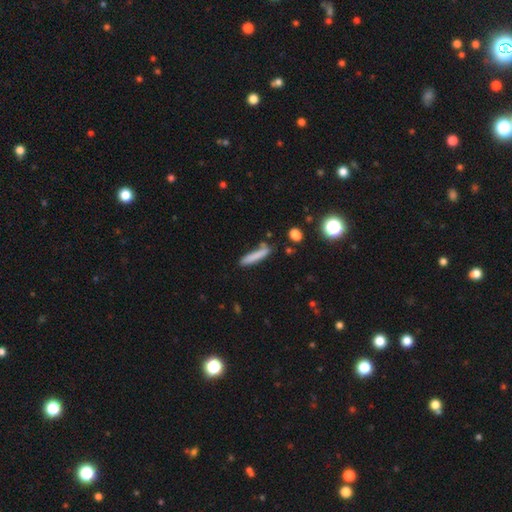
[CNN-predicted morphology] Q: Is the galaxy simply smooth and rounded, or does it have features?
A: smooth — 79%.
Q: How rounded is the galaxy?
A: cigar-shaped — 88%.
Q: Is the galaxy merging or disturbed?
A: none — 68%.